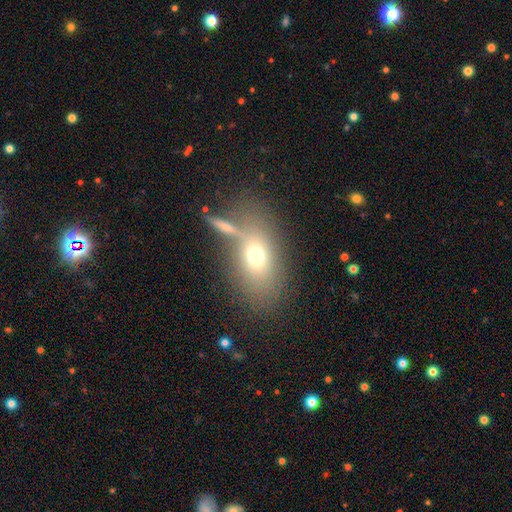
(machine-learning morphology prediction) Smooth or featured: smooth — 67% (featured or disk — 21%)
How rounded: in between — 76% (round — 21%)
Merging: none — 55% (merger — 22%)